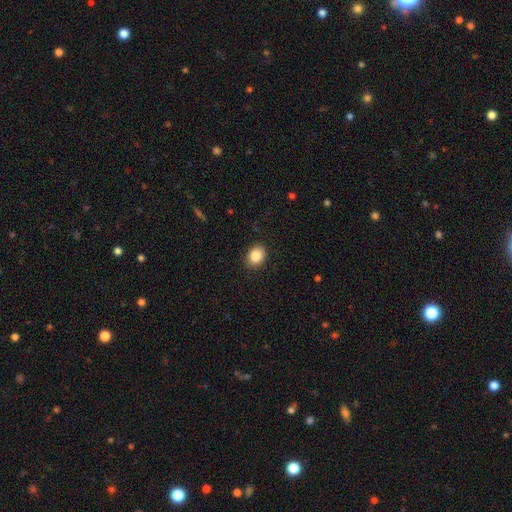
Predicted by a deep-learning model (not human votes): Smooth or featured?
  - smooth: 87% *
  - star or artifact: 9%
  - featured or disk: 4%
How rounded?
  - in between: 56% *
  - round: 43%
  - cigar-shaped: 1%
Merging?
  - none: 89% *
  - minor disturbance: 8%
  - major disturbance: 2%
  - merger: 1%